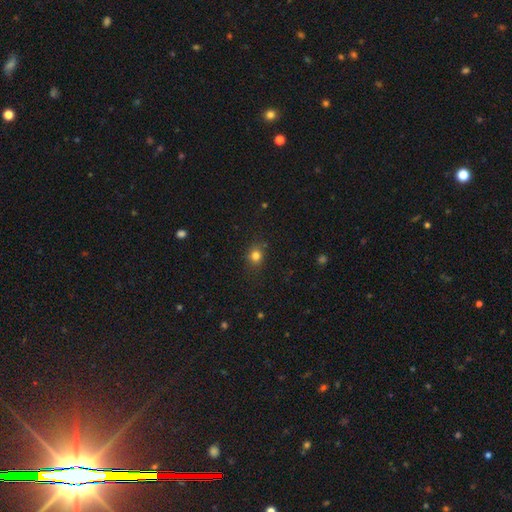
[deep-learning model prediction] The model was most divided on "how rounded": round: 74%, in between: 25%, cigar-shaped: 1%. More confident: merging — none (83%); smooth or featured — smooth (79%).